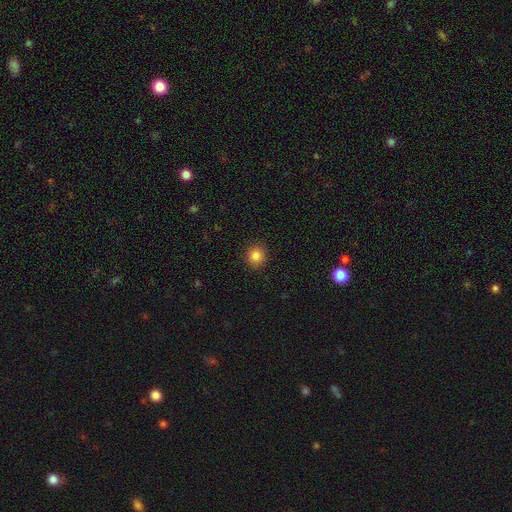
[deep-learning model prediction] Smooth or featured?
  - smooth: 84% *
  - star or artifact: 11%
  - featured or disk: 4%
How rounded?
  - round: 90% *
  - in between: 9%
  - cigar-shaped: 1%
Merging?
  - none: 91% *
  - minor disturbance: 6%
  - major disturbance: 2%
  - merger: 1%